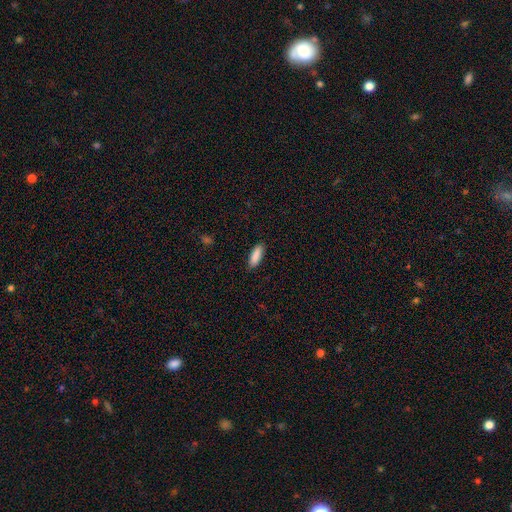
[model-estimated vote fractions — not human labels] A smooth galaxy with no disk features (89%) that is in between round and cigar-shaped (57%). Merging: none (88%).